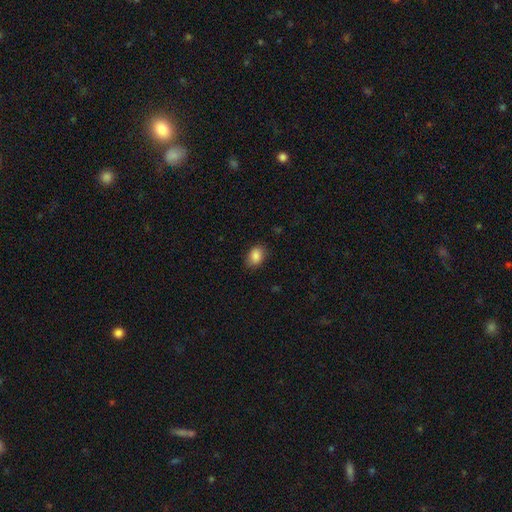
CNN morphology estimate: smooth-or-featured: smooth: 87% | star or artifact: 8% | featured or disk: 4%
  how-rounded: in between: 71% | round: 28% | cigar-shaped: 1%
  merging: none: 80% | minor disturbance: 15% | major disturbance: 3% | merger: 1%